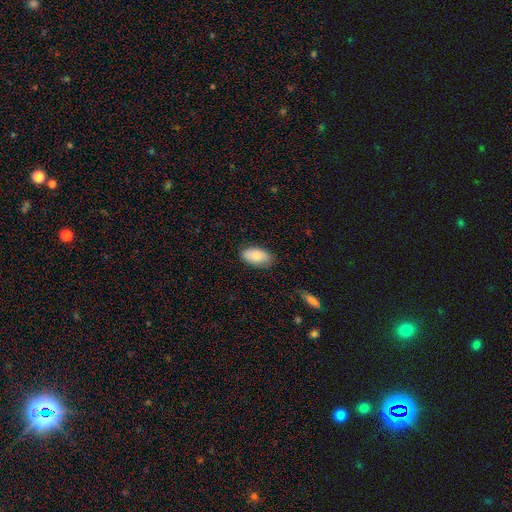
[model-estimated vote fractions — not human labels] Smooth or featured? smooth (84%)
How rounded? in between (94%)
Merging? none (82%)